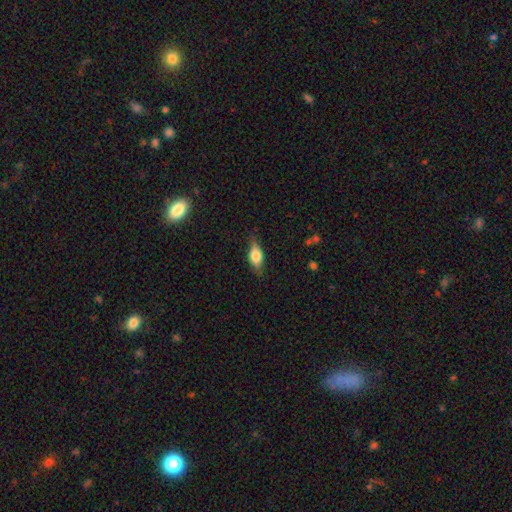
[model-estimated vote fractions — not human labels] Smooth or featured: smooth — 59% (featured or disk — 33%)
How rounded: in between — 76% (cigar-shaped — 17%)
Merging: none — 75% (minor disturbance — 20%)